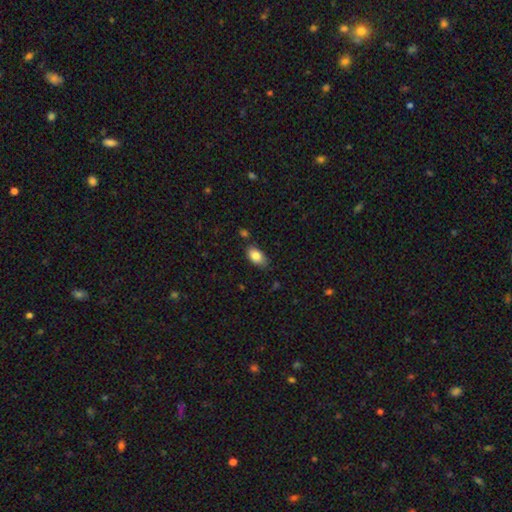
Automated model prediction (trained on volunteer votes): Smooth or featured? Predicted: smooth (p=0.84). How rounded? Predicted: in between (p=0.91). Merging? Predicted: none (p=0.76).